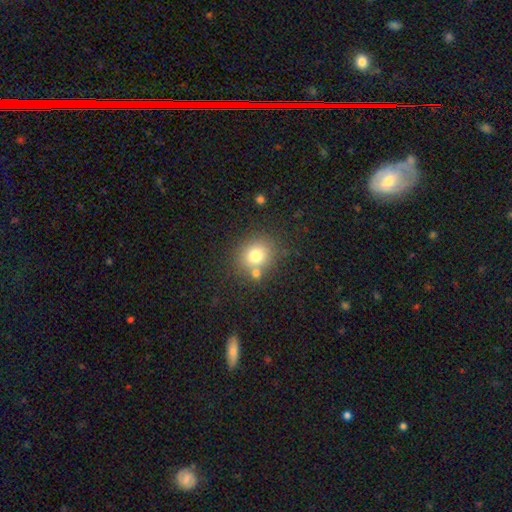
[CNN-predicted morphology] Q: Smooth or featured?
A: smooth (75%); runner-up: star or artifact (12%)
Q: How rounded?
A: round (77%); runner-up: in between (22%)
Q: Merging?
A: none (69%); runner-up: merger (17%)